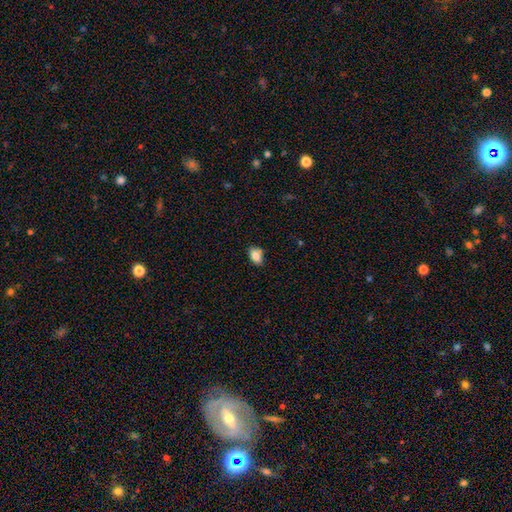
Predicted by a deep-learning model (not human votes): This appears to be a smooth galaxy with no disk features (83%) that is in between round and cigar-shaped (85%). Merging: none (67%).